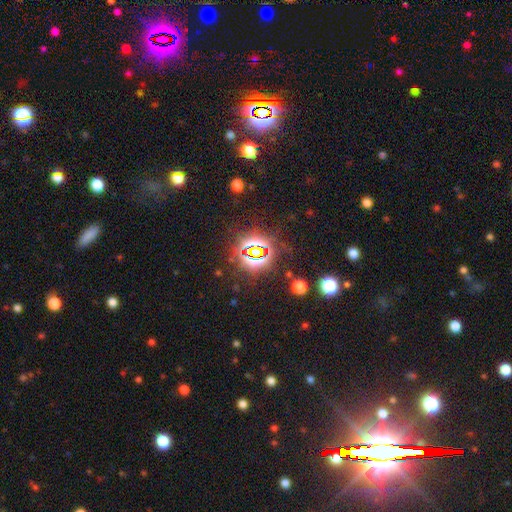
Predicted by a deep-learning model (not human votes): smooth_or_featured: star or artifact (p=0.79) [alt: smooth p=0.13]